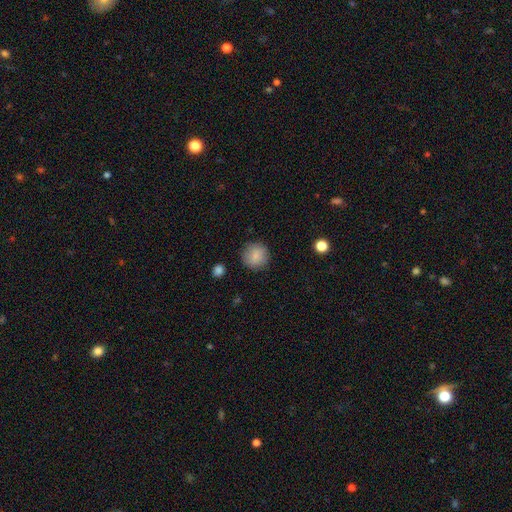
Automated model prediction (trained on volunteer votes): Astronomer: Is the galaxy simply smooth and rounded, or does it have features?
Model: smooth — 86%.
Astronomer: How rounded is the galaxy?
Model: round — 94%.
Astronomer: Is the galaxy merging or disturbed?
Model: none — 89%.